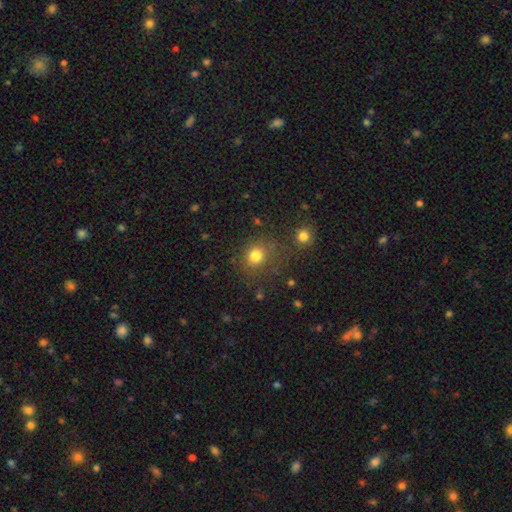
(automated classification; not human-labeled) smooth 78%, star or artifact 16%, featured or disk 6%. Down the decision tree: how rounded — round (80%); merging — none (74%).